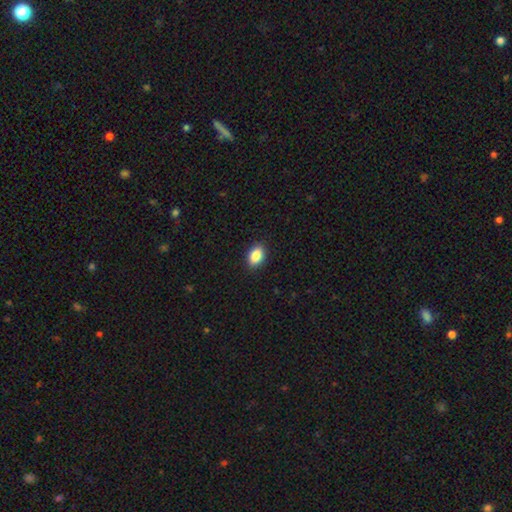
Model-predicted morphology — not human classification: Smooth or featured?
  - smooth: 87% *
  - star or artifact: 8%
  - featured or disk: 5%
How rounded?
  - in between: 88% *
  - round: 10%
  - cigar-shaped: 2%
Merging?
  - none: 90% *
  - minor disturbance: 8%
  - major disturbance: 2%
  - merger: 1%